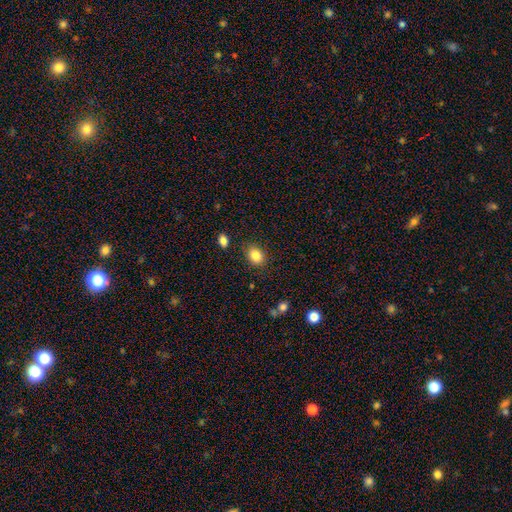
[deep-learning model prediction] smooth-or-featured: smooth: 85% | star or artifact: 9% | featured or disk: 6%
  how-rounded: in between: 62% | round: 37% | cigar-shaped: 1%
  merging: none: 82% | minor disturbance: 12% | major disturbance: 3% | merger: 2%